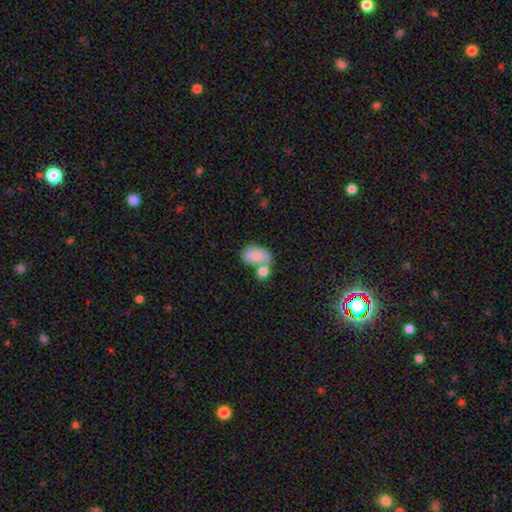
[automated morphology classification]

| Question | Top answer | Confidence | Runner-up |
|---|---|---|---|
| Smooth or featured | smooth | 76% | featured or disk (17%) |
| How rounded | in between | 84% | round (14%) |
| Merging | merger | 52% | none (27%) |